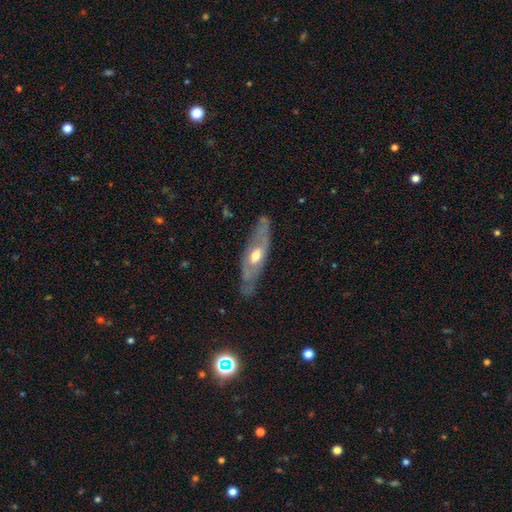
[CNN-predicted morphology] Overall: featured or disk (64%; smooth 30%). Edge-on disk: no (56%; yes 44%). Merging: none (74%).